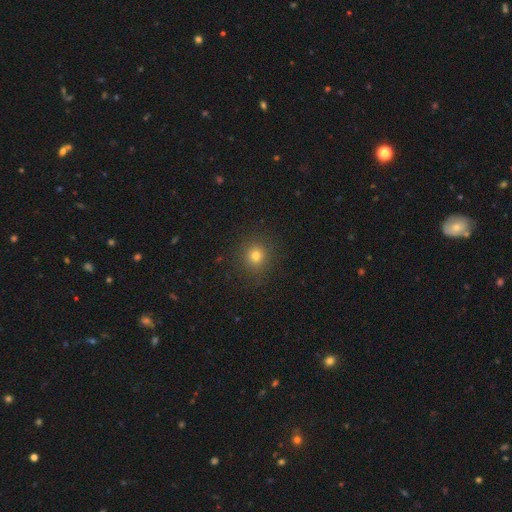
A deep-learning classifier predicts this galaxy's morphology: smooth 77%, star or artifact 16%, featured or disk 7%. Down the decision tree: how rounded — round (90%); merging — none (89%).